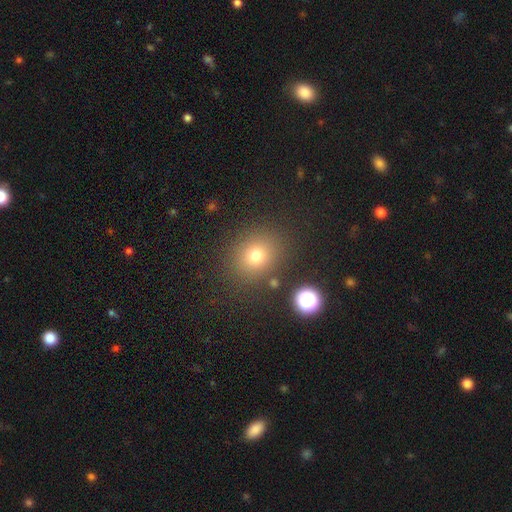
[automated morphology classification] Smooth or featured: smooth — 74% (star or artifact — 17%)
How rounded: round — 73% (in between — 26%)
Merging: none — 84% (minor disturbance — 9%)